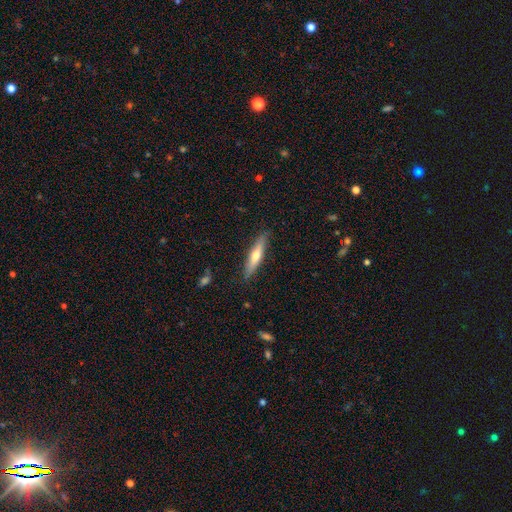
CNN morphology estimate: This is possibly a smooth galaxy (55%). How rounded: clearly cigar-shaped (84%). Merging: clearly none (87%).